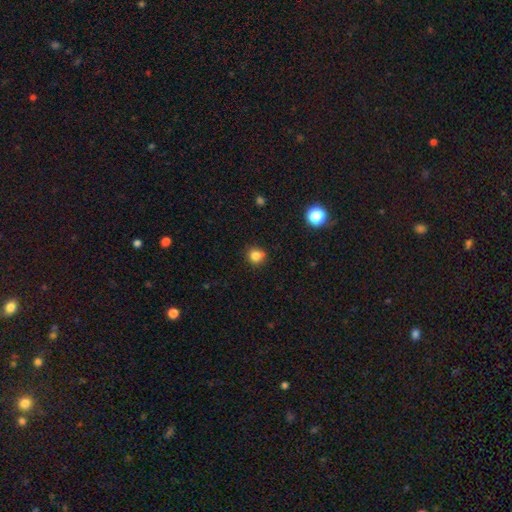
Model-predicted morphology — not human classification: Smooth or featured? smooth (81%)
How rounded? round (86%)
Merging? none (69%)